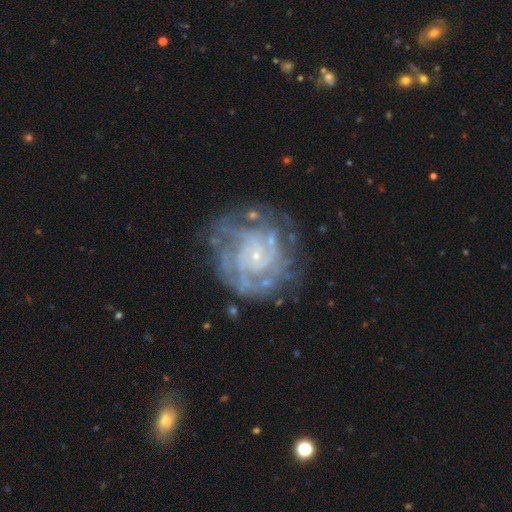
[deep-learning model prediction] featured or disk 87%, star or artifact 7%, smooth 7%. Down the decision tree: edge-on disk — no (98%); bar — no (75%); spiral arms — yes (95%); spiral arm count — can't tell (28%); spiral winding — tight (69%); bulge size — small (86%); merging — none (69%).